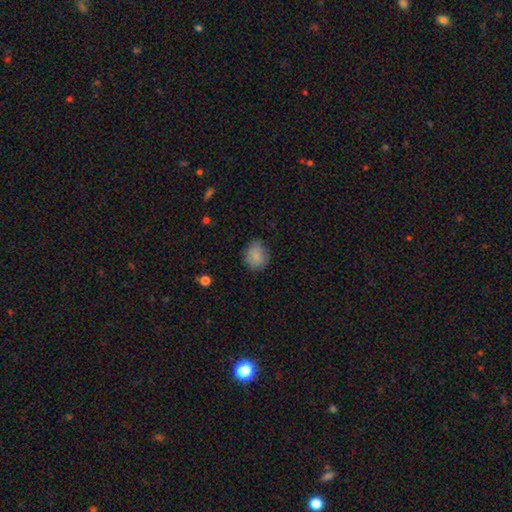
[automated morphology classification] Smooth or featured: smooth — 85% (star or artifact — 9%)
How rounded: round — 67% (in between — 32%)
Merging: none — 76% (minor disturbance — 19%)